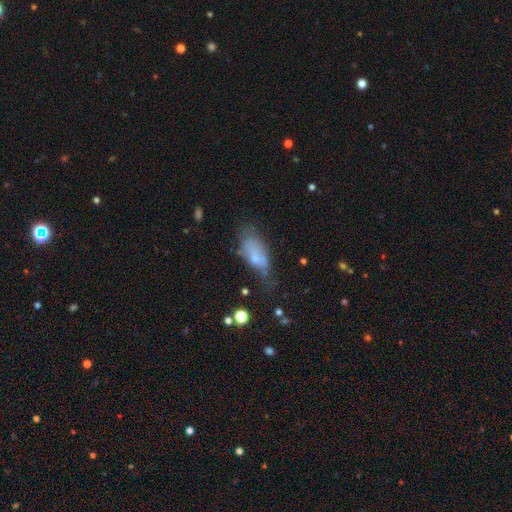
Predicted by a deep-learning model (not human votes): Smooth or featured: smooth — 60% (featured or disk — 28%)
How rounded: in between — 84% (cigar-shaped — 12%)
Merging: none — 34% (minor disturbance — 31%)